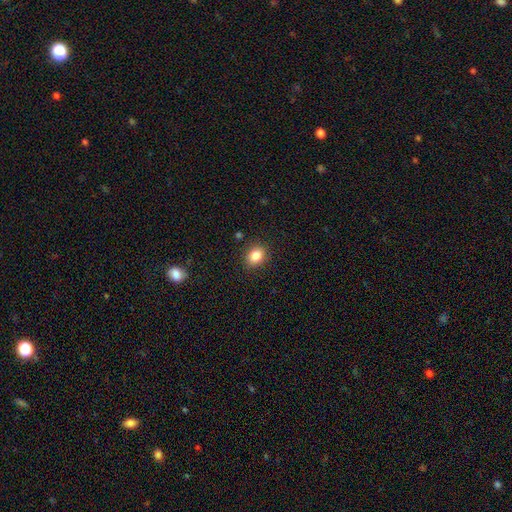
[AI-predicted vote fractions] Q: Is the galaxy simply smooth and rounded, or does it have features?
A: smooth — 84%.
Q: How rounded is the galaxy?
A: round — 50%.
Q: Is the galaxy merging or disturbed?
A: none — 88%.